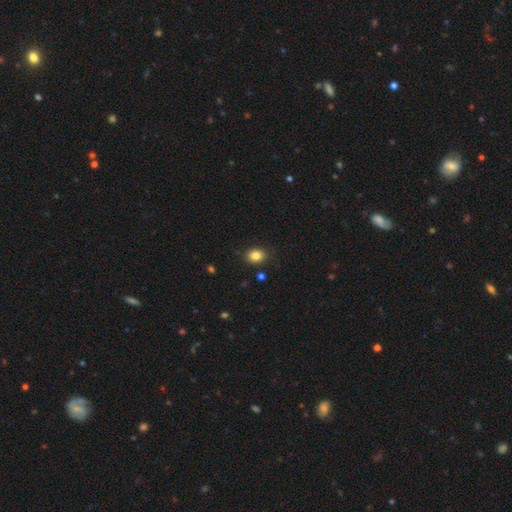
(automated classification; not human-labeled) The model was most divided on "how rounded": round: 50%, in between: 49%, cigar-shaped: 1%. More confident: merging — none (87%); smooth or featured — smooth (84%).